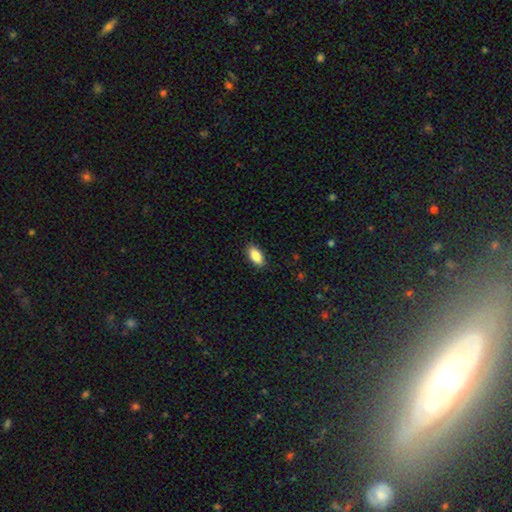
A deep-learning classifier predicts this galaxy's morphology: Q: Smooth or featured?
A: smooth (89%); runner-up: star or artifact (7%)
Q: How rounded?
A: in between (91%); runner-up: cigar-shaped (6%)
Q: Merging?
A: none (87%); runner-up: minor disturbance (10%)